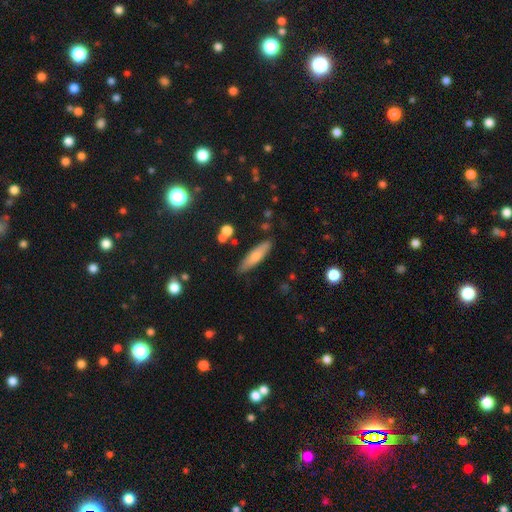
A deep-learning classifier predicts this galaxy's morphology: This is likely a smooth galaxy (71%). How rounded: likely cigar-shaped (71%). Merging: clearly none (84%).